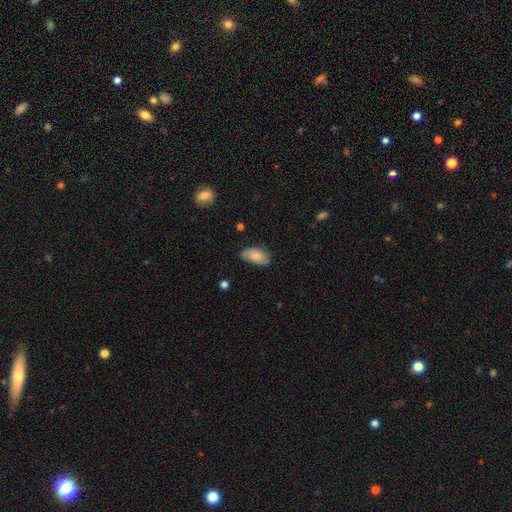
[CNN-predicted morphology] smooth 68%, featured or disk 24%, star or artifact 7%. Down the decision tree: how rounded — in between (93%); merging — none (71%).